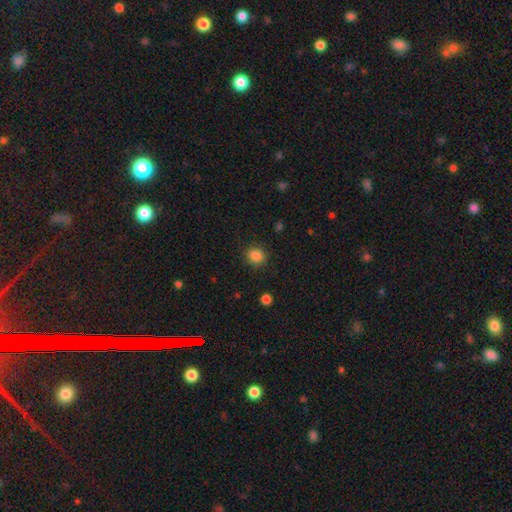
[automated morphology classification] The model was most divided on "how rounded": round: 76%, in between: 23%, cigar-shaped: 1%. More confident: merging — none (87%); smooth or featured — smooth (85%).